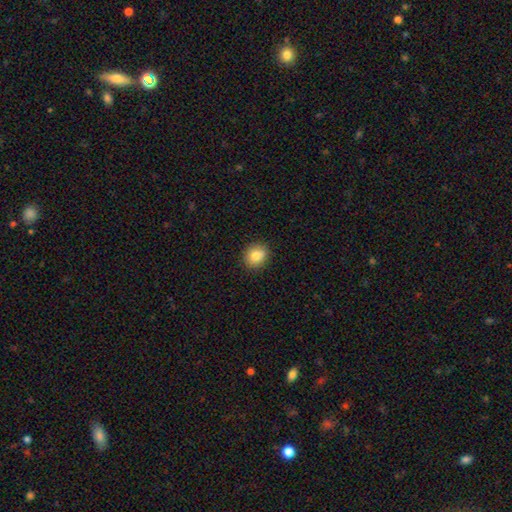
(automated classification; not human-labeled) Smooth or featured: smooth — 81% (star or artifact — 10%)
How rounded: round — 77% (in between — 22%)
Merging: none — 84% (minor disturbance — 10%)